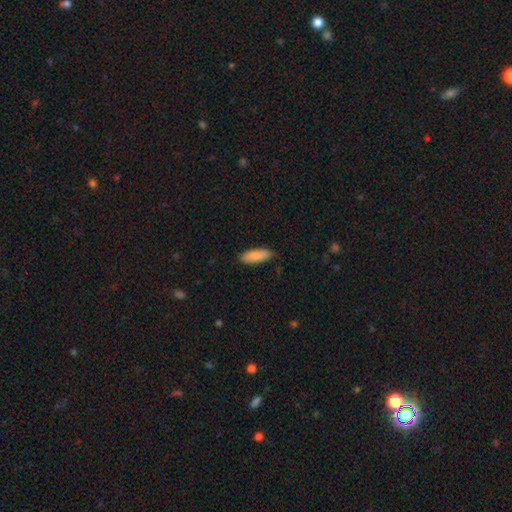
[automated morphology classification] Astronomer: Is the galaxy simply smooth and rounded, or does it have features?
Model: smooth — 87%.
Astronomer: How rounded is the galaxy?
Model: in between — 65%.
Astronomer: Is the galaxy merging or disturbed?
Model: none — 84%.